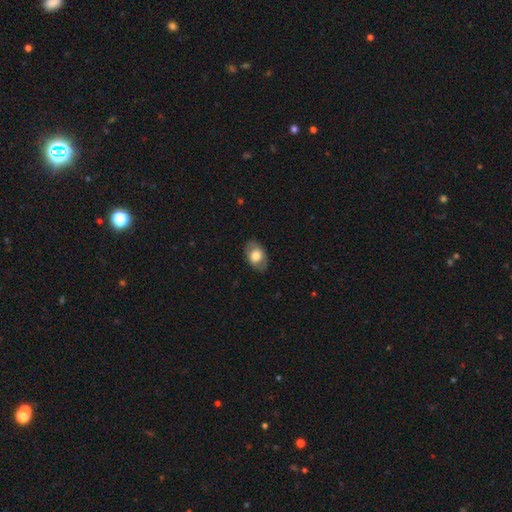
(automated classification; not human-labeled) This appears to be a smooth galaxy with no disk features (65%) that is in between round and cigar-shaped (84%). Merging: none (81%).